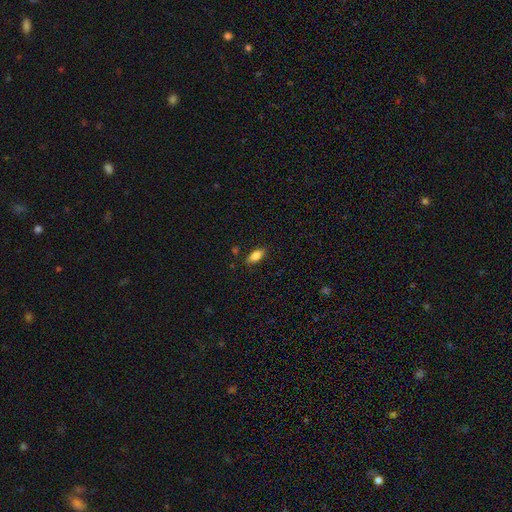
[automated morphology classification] Q: Smooth or featured?
A: smooth (80%); runner-up: featured or disk (12%)
Q: How rounded?
A: in between (84%); runner-up: cigar-shaped (13%)
Q: Merging?
A: none (85%); runner-up: minor disturbance (10%)